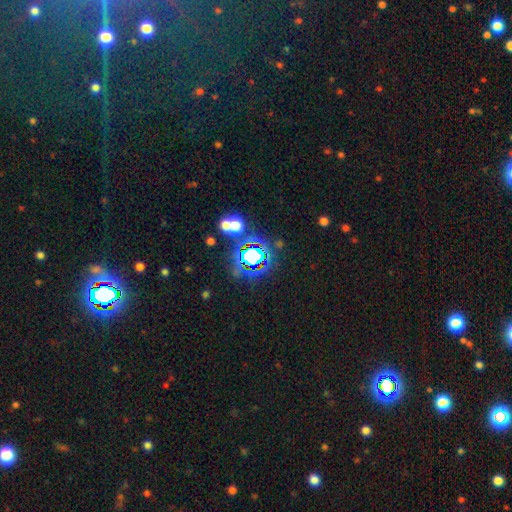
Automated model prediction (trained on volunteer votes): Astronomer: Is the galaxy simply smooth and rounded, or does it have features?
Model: star or artifact — 78%.